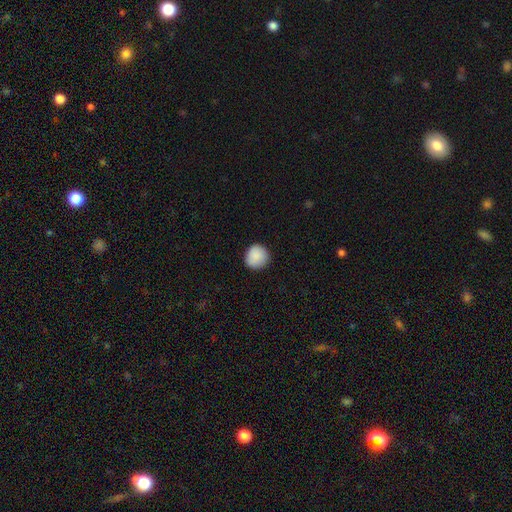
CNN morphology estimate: smooth 89%, star or artifact 7%, featured or disk 3%. Down the decision tree: how rounded — round (92%); merging — none (88%).